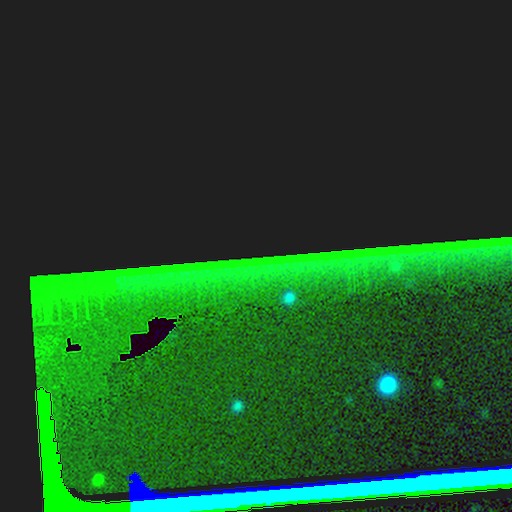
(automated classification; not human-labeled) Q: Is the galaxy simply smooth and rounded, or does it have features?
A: star or artifact — 87%.